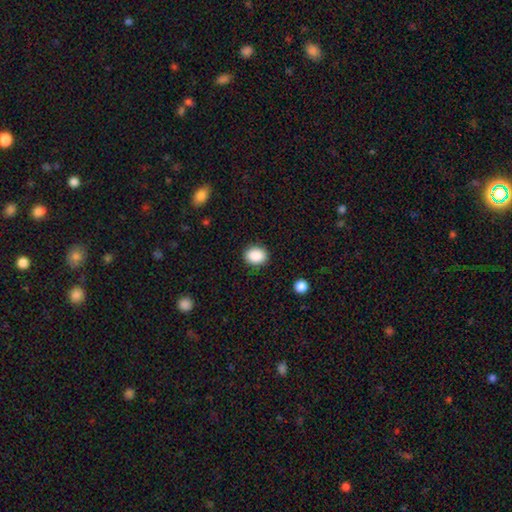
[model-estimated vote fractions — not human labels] Q: Smooth or featured?
A: smooth (89%); runner-up: star or artifact (8%)
Q: How rounded?
A: round (50%); runner-up: in between (49%)
Q: Merging?
A: none (88%); runner-up: minor disturbance (8%)